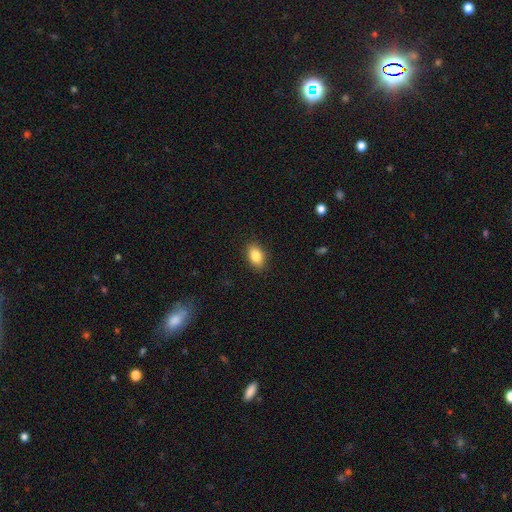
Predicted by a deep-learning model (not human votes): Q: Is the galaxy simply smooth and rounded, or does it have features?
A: smooth — 85%.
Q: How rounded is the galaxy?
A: in between — 87%.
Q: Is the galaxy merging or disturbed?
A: none — 88%.